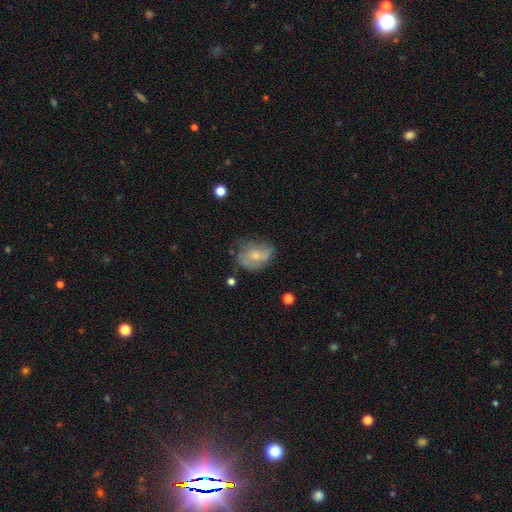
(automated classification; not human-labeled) The model was most divided on "smooth or featured" (2-way tie): smooth: 46%, featured or disk: 46%, star or artifact: 9%. Remaining: merging — none (48%).